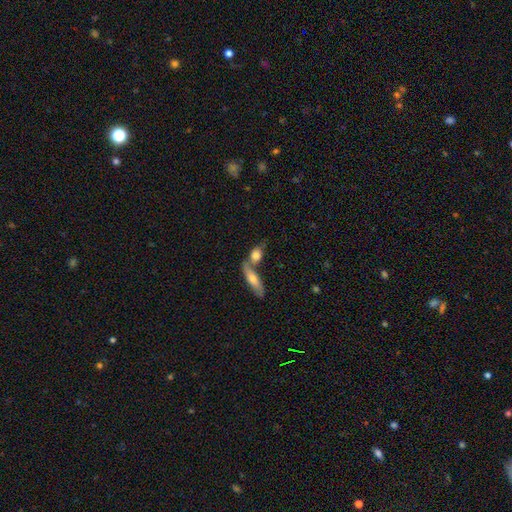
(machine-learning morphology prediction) type=smooth (72%); roundness=in between (61%); merging=merger (49%).